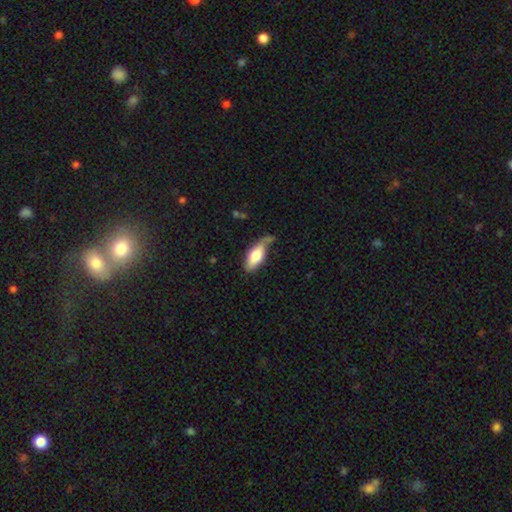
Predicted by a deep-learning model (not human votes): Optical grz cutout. It shows a smooth galaxy with no disk features (70%) that is in between round and cigar-shaped (82%). Merging: none (45%).